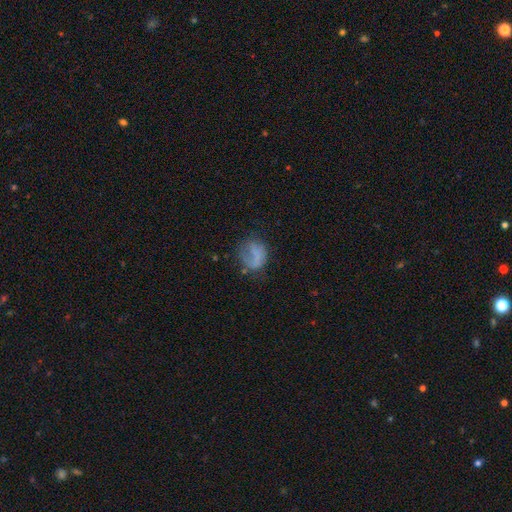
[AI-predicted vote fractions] A smooth galaxy with no disk features (59%) that is round (57%).

Vote fractions:
- Smooth or featured? smooth: 59% / featured or disk: 28% / star or artifact: 12%
- How rounded? round: 57% / in between: 41% / cigar-shaped: 2%
- Merging? none: 43% / major disturbance: 29% / minor disturbance: 25% / merger: 4%